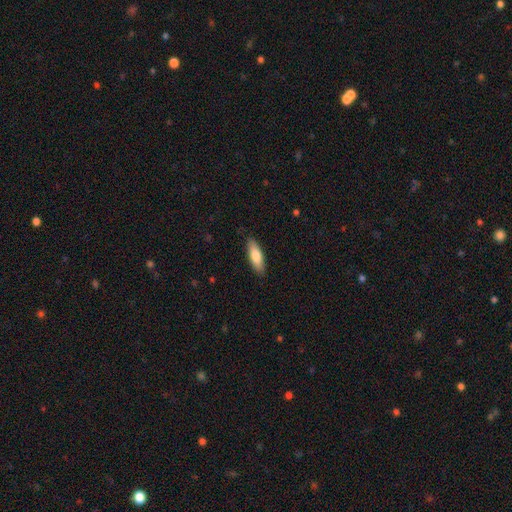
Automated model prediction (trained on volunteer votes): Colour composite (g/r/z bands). It shows a smooth galaxy with no disk features (79%) that is in between round and cigar-shaped (53%). Merging: none (88%).